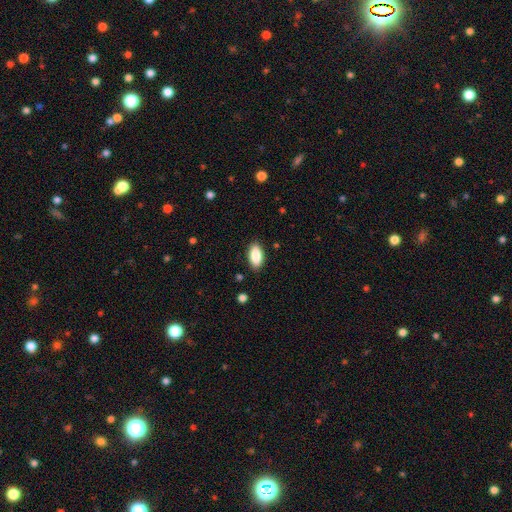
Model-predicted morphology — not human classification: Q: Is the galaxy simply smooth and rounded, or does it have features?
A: smooth — 88%.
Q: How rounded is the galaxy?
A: in between — 92%.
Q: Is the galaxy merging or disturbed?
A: none — 87%.